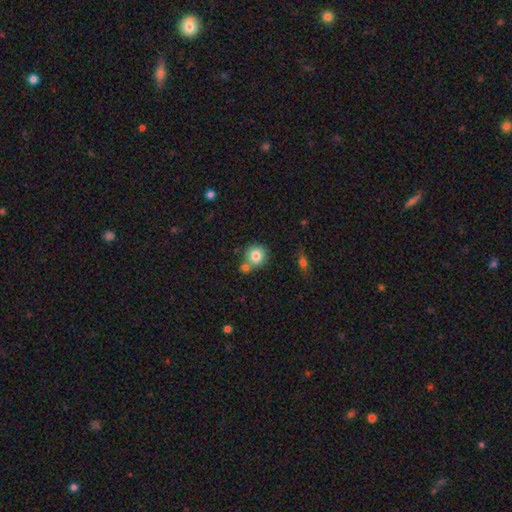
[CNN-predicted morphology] This is clearly a smooth galaxy (81%). How rounded: clearly round (89%). Merging: likely none (63%).